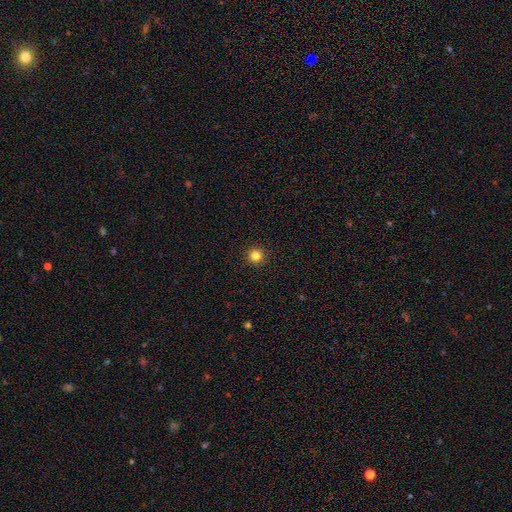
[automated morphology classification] Smooth or featured? smooth (82%)
How rounded? round (96%)
Merging? none (93%)